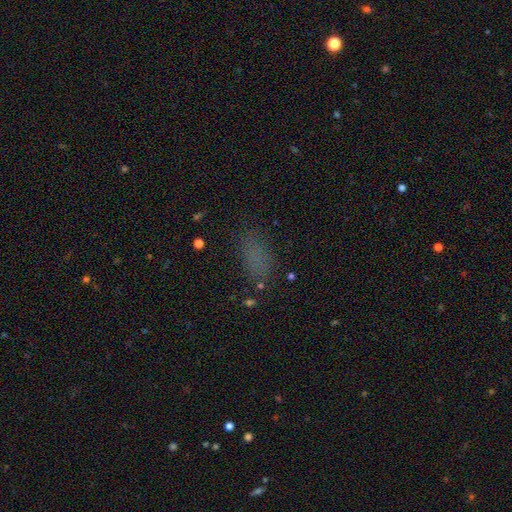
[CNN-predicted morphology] This appears to be a smooth galaxy with no disk features (72%) that is in between round and cigar-shaped (86%). Merging: none (74%).